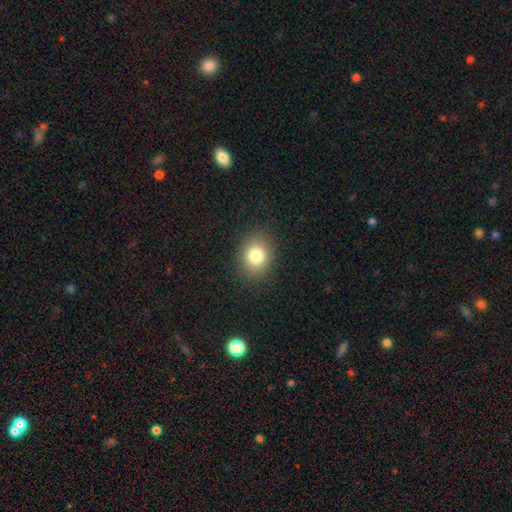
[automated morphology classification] Overall: smooth (80%). How rounded: round (59%; in between 40%). Merging: none (88%).